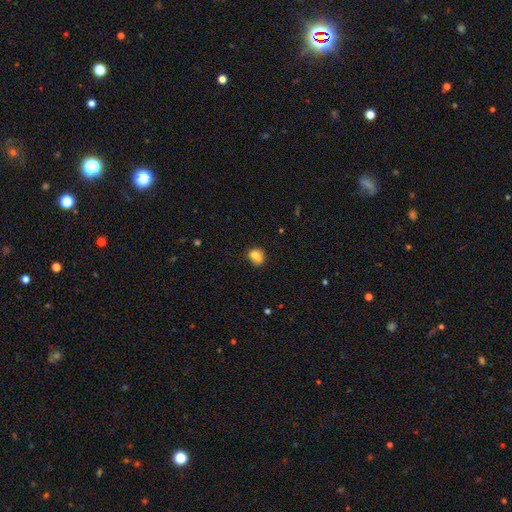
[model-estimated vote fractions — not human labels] smooth 73%, featured or disk 17%, star or artifact 10%. Down the decision tree: how rounded — round (61%); merging — merger (39%).